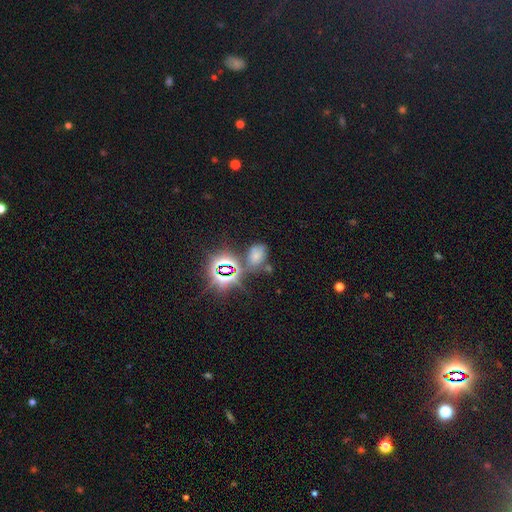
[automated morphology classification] Overall: star or artifact (44%; smooth 43%).